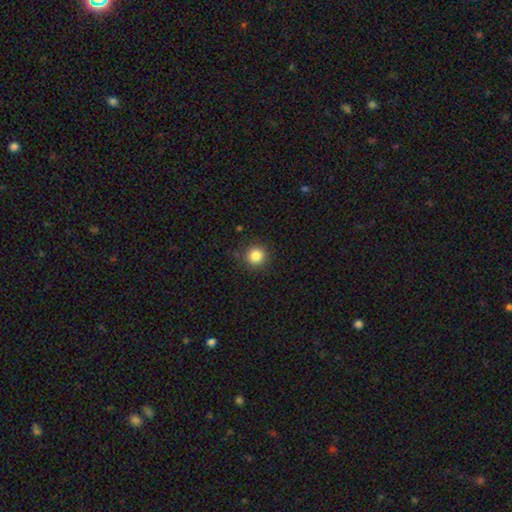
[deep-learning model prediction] Smooth or featured: smooth — 85% (star or artifact — 11%)
How rounded: round — 95% (in between — 5%)
Merging: none — 90% (minor disturbance — 7%)